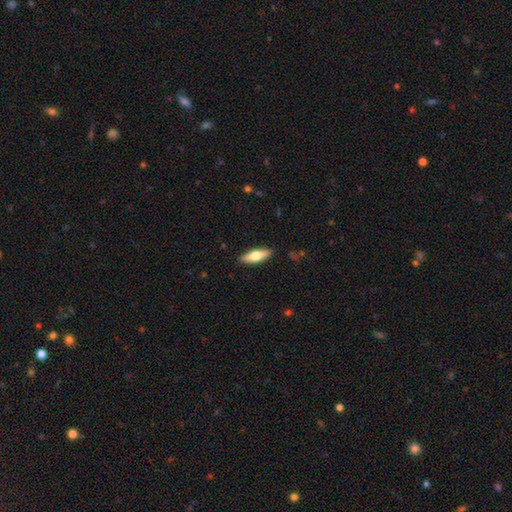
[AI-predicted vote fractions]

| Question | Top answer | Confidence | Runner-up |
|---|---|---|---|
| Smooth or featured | smooth | 59% | featured or disk (35%) |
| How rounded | in between | 53% | cigar-shaped (44%) |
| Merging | none | 88% | minor disturbance (9%) |